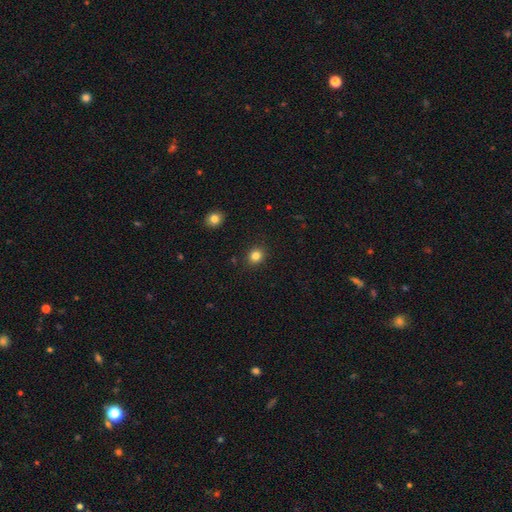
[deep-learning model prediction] Smooth or featured? Predicted: smooth (p=0.83). How rounded? Predicted: round (p=0.81). Merging? Predicted: none (p=0.90).